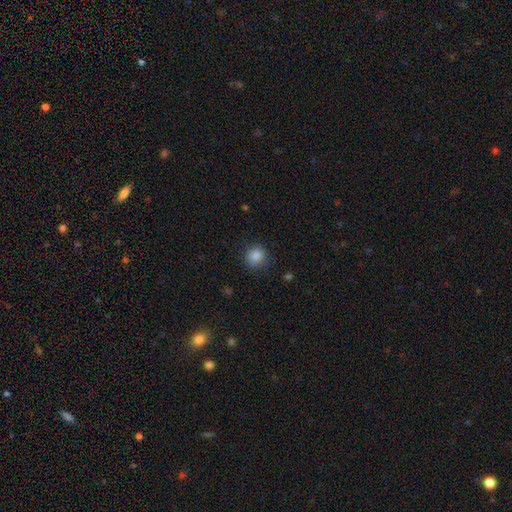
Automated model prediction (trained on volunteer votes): A smooth galaxy with no disk features (86%) that is round (82%).

Vote fractions:
- Smooth or featured? smooth: 86% / star or artifact: 10% / featured or disk: 4%
- How rounded? round: 82% / in between: 17% / cigar-shaped: 1%
- Merging? none: 82% / minor disturbance: 13% / major disturbance: 4% / merger: 1%